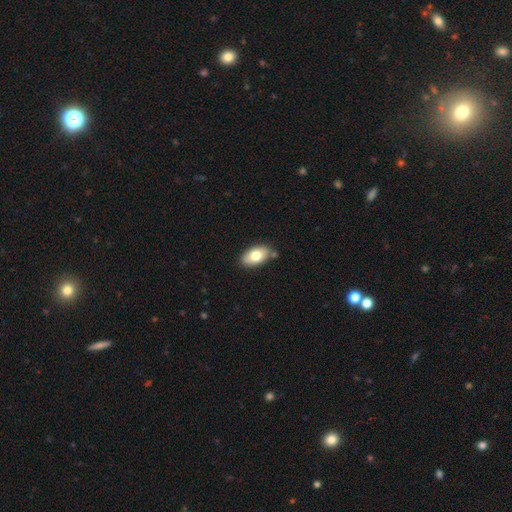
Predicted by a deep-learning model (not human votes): Q: Smooth or featured?
A: smooth (76%); runner-up: featured or disk (17%)
Q: How rounded?
A: in between (92%); runner-up: round (5%)
Q: Merging?
A: none (78%); runner-up: minor disturbance (14%)